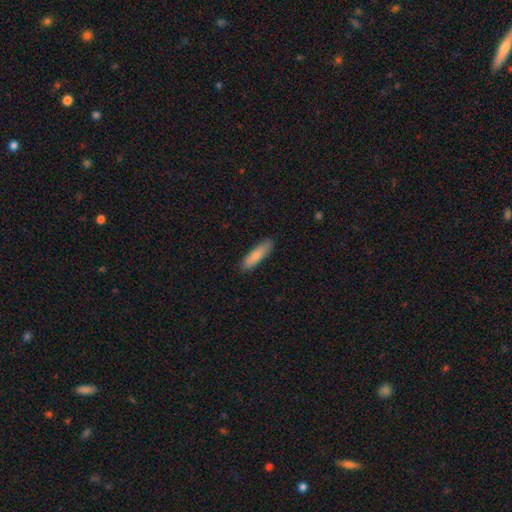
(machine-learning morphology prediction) Smooth or featured?
  - smooth: 82% *
  - featured or disk: 12%
  - star or artifact: 6%
How rounded?
  - cigar-shaped: 68% *
  - in between: 30%
  - round: 2%
Merging?
  - none: 87% *
  - minor disturbance: 10%
  - major disturbance: 2%
  - merger: 1%